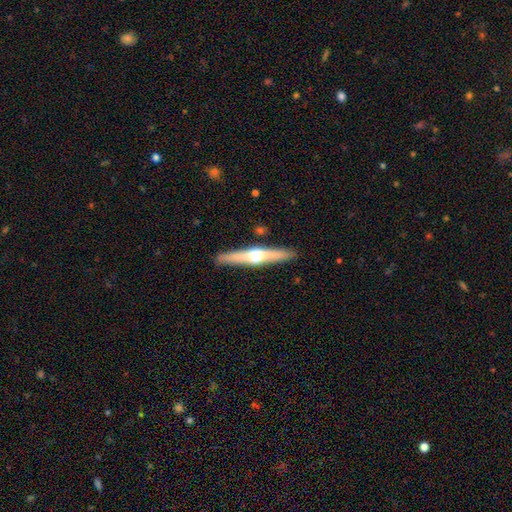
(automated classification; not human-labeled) Smooth or featured? Predicted: featured or disk (p=0.64). Edge-on disk? Predicted: yes (p=0.96). Edge-on bulge? Predicted: rounded (p=0.93). Merging? Predicted: none (p=0.90).